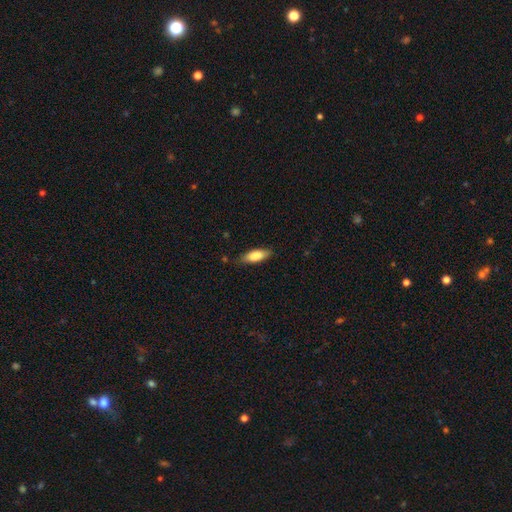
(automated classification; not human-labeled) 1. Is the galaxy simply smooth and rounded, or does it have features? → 81% smooth, 13% featured or disk, 6% star or artifact.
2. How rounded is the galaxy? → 65% in between, 33% cigar-shaped, 2% round.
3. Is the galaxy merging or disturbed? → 79% none, 16% minor disturbance, 3% major disturbance, 2% merger.